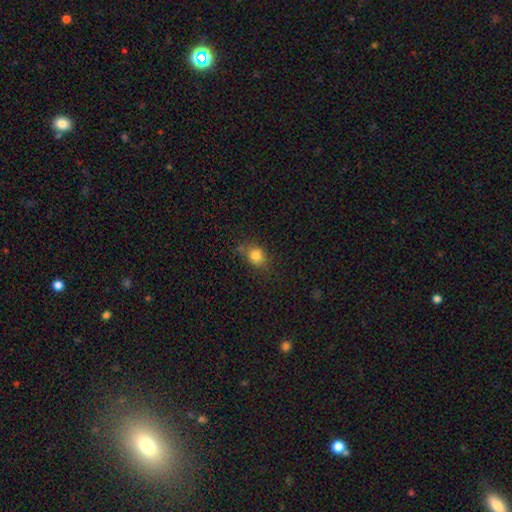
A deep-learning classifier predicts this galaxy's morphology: Q: Smooth or featured?
A: smooth (82%); runner-up: star or artifact (12%)
Q: How rounded?
A: round (60%); runner-up: in between (39%)
Q: Merging?
A: none (67%); runner-up: minor disturbance (21%)